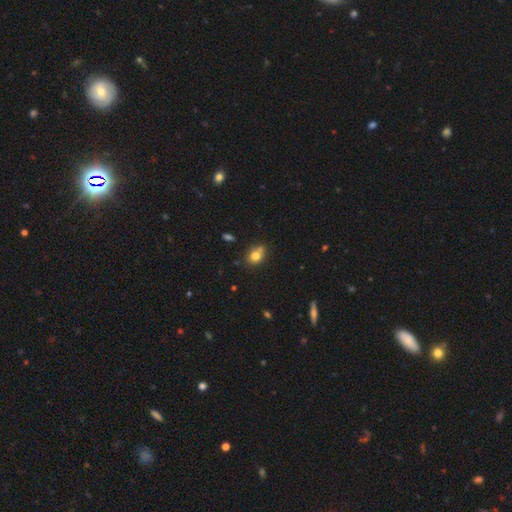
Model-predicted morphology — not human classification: type=smooth (77%); roundness=in between (51%); merging=none (59%).